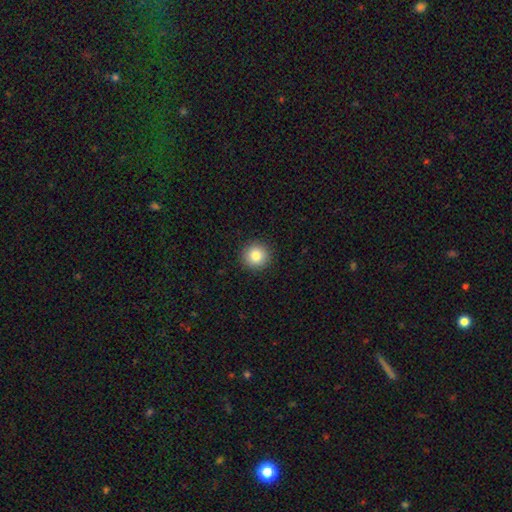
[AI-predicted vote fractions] smooth_or_featured: smooth (p=0.83) [alt: star or artifact p=0.10]
how_rounded: round (p=0.95) [alt: in between p=0.04]
merging: none (p=0.92) [alt: minor disturbance p=0.05]